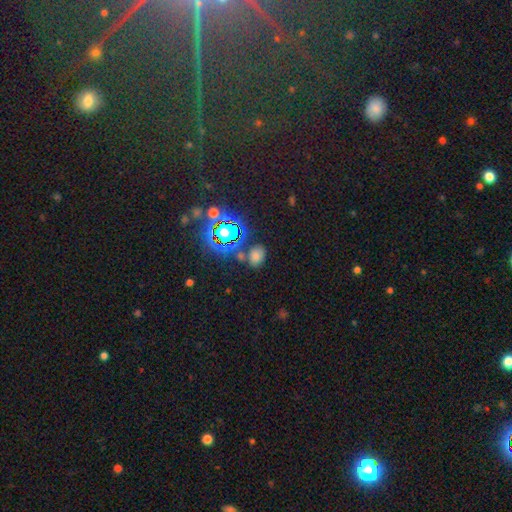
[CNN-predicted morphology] smooth-or-featured: smooth: 64% | star or artifact: 29% | featured or disk: 7%
  how-rounded: in between: 71% | round: 27% | cigar-shaped: 2%
  merging: none: 74% | minor disturbance: 13% | merger: 9% | major disturbance: 5%